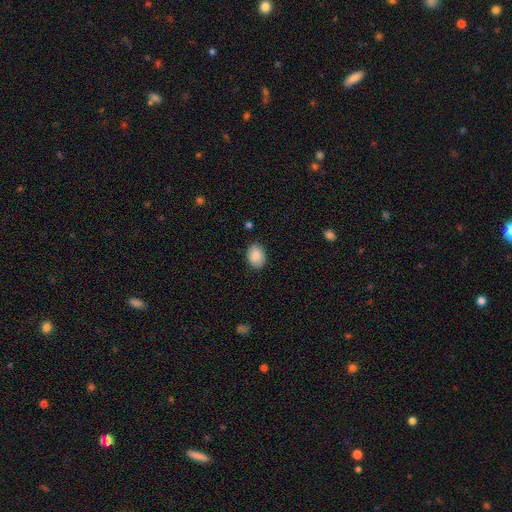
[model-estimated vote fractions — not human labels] The model was most divided on "how rounded": in between: 74%, round: 25%, cigar-shaped: 1%. More confident: smooth or featured — smooth (87%); merging — none (84%).